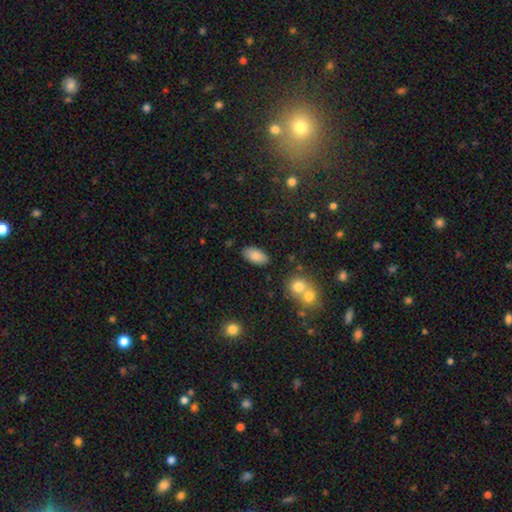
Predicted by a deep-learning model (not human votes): This appears to be a smooth galaxy with no disk features (83%) that is in between round and cigar-shaped (94%). Merging: none (84%).